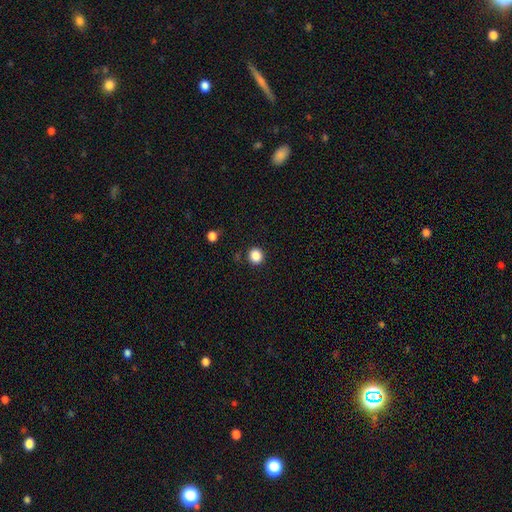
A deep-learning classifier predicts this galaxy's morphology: smooth 87%, star or artifact 10%, featured or disk 3%. Down the decision tree: how rounded — round (88%); merging — none (89%).